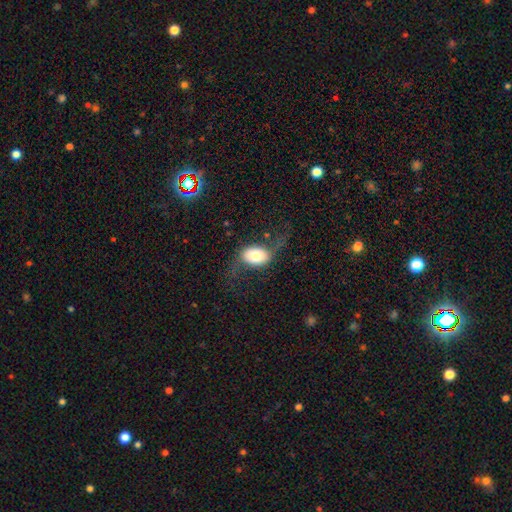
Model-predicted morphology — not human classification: A smooth galaxy with no disk features (53%) that is in between round and cigar-shaped (77%).

Vote fractions:
- Smooth or featured? smooth: 53% / featured or disk: 39% / star or artifact: 8%
- How rounded? in between: 77% / round: 21% / cigar-shaped: 2%
- Merging? none: 52% / major disturbance: 26% / minor disturbance: 20% / merger: 3%